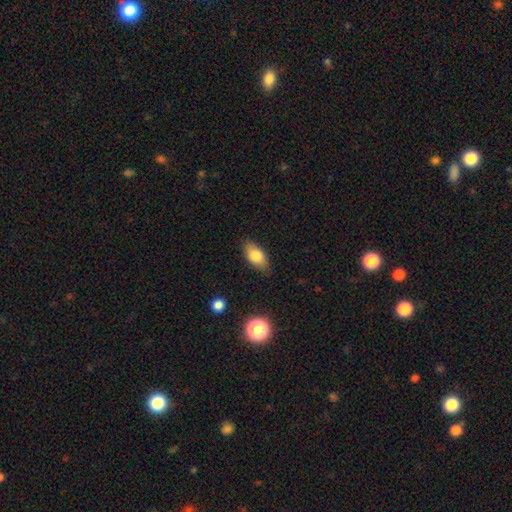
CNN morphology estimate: Overall: smooth (81%). How rounded: in between (89%). Merging: none (82%).